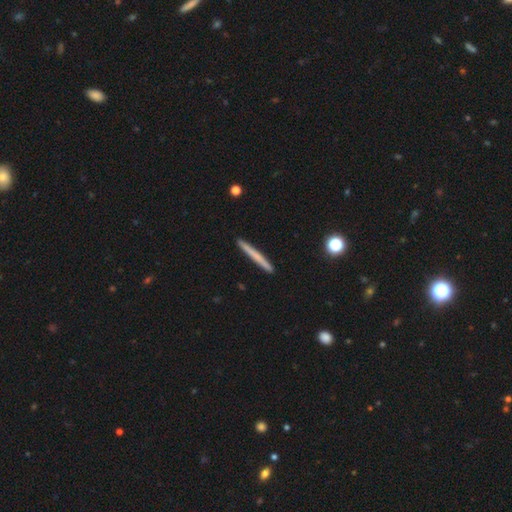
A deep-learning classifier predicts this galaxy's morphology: A smooth galaxy with no disk features (61%) that is cigar-shaped (97%).

Vote fractions:
- Smooth or featured? smooth: 61% / featured or disk: 33% / star or artifact: 6%
- How rounded? cigar-shaped: 97% / in between: 2% / round: 1%
- Merging? none: 91% / minor disturbance: 6% / merger: 1% / major disturbance: 1%